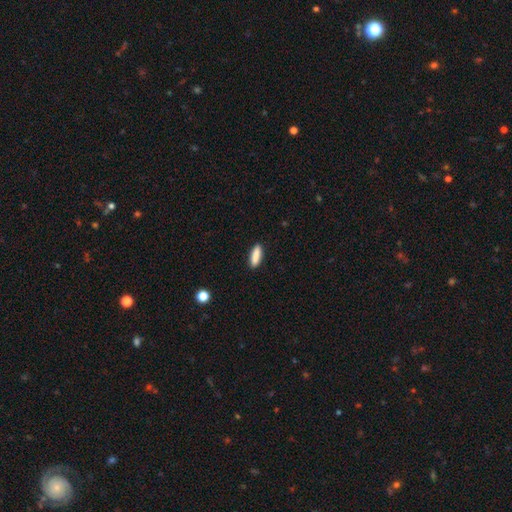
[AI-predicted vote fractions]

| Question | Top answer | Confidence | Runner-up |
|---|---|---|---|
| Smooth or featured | smooth | 87% | star or artifact (7%) |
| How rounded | cigar-shaped | 52% | in between (46%) |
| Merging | none | 89% | minor disturbance (8%) |